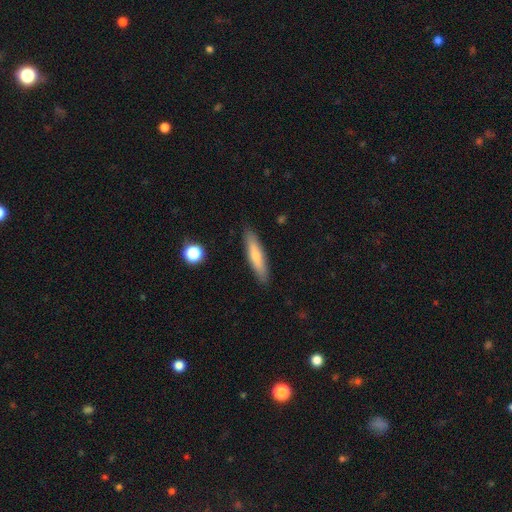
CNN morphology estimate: Smooth or featured?
  - smooth: 66% *
  - featured or disk: 28%
  - star or artifact: 6%
How rounded?
  - cigar-shaped: 83% *
  - in between: 16%
  - round: 2%
Merging?
  - none: 88% *
  - minor disturbance: 9%
  - major disturbance: 2%
  - merger: 1%